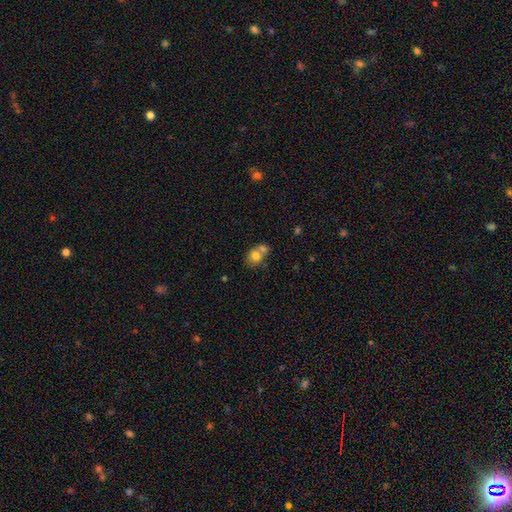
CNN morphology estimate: This is likely a smooth galaxy (75%). How rounded: possibly round (58%). Merging: possibly merger (56%).